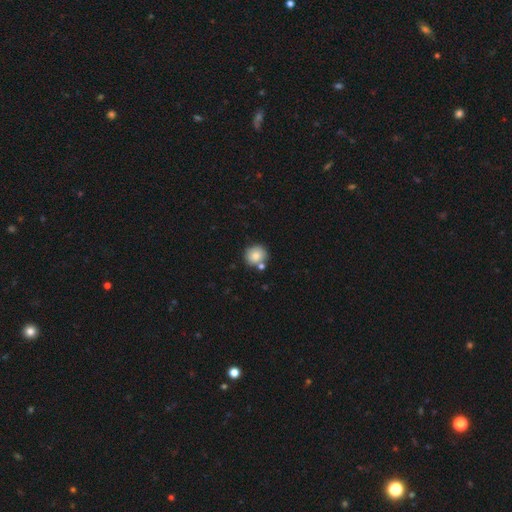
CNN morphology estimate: Smooth or featured?
  - smooth: 84% *
  - star or artifact: 9%
  - featured or disk: 7%
How rounded?
  - round: 87% *
  - in between: 12%
  - cigar-shaped: 1%
Merging?
  - none: 69% *
  - merger: 16%
  - minor disturbance: 11%
  - major disturbance: 3%